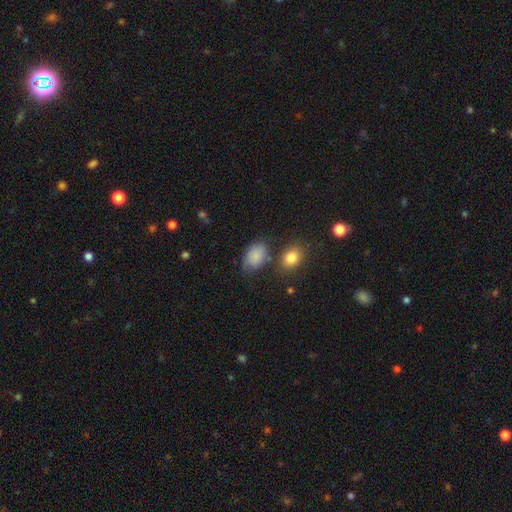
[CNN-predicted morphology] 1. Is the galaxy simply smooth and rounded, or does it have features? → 78% smooth, 12% featured or disk, 10% star or artifact.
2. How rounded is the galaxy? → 82% in between, 17% round, 1% cigar-shaped.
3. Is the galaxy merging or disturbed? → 52% none, 29% minor disturbance, 10% major disturbance, 8% merger.